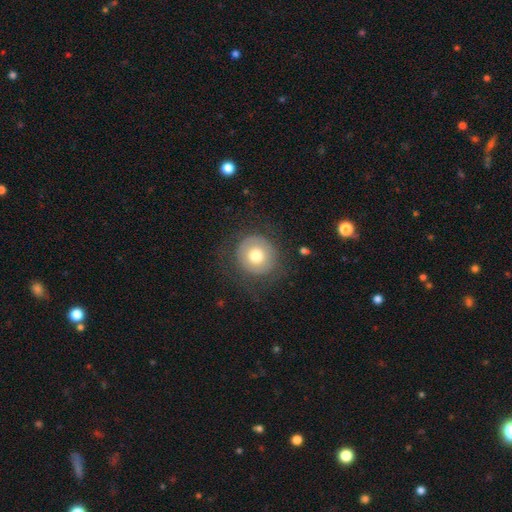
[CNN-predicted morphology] A smooth galaxy with no disk features (65%) that is round (90%). Merging: none (77%).